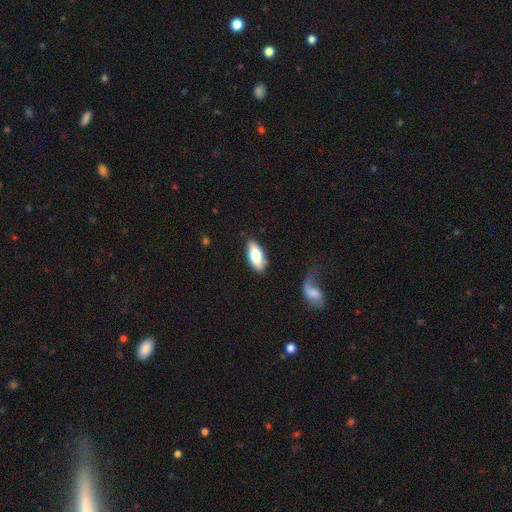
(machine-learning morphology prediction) Smooth or featured? Predicted: smooth (p=0.76). How rounded? Predicted: in between (p=0.82). Merging? Predicted: none (p=0.81).